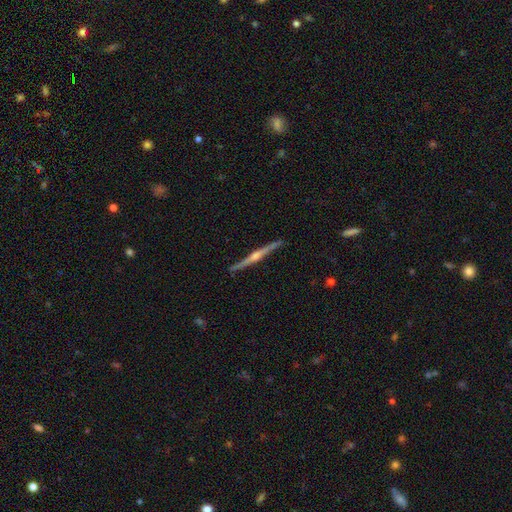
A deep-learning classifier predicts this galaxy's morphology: Overall: featured or disk (85%). Edge-on disk: yes (98%). Edge-on bulge: rounded (87%). Merging: none (90%).